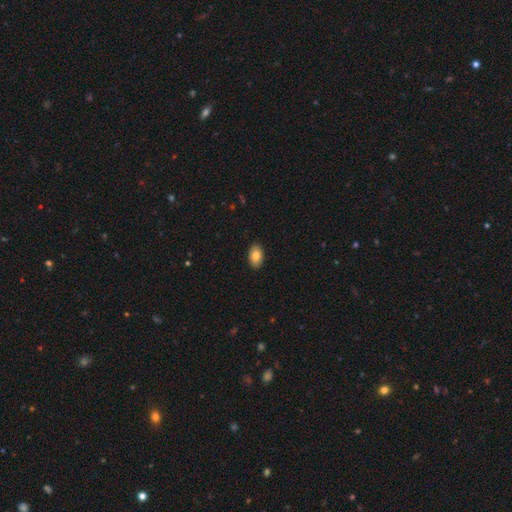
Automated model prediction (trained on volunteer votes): This is clearly a smooth galaxy (84%). How rounded: clearly in between (92%). Merging: clearly none (90%).